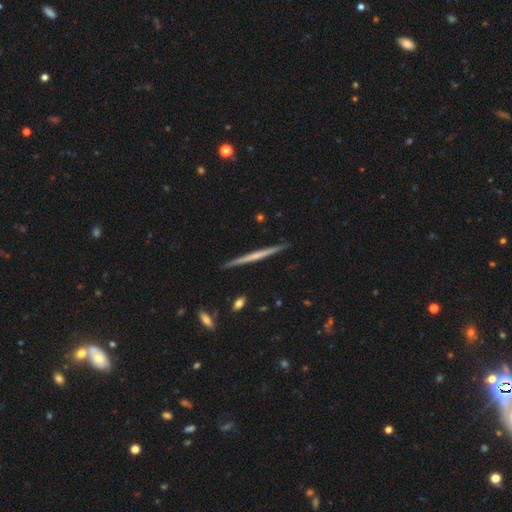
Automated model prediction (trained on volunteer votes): Morphology: type=featured or disk (62%); edge-on=yes (98%); edge-on bulge=none (75%); merging=none (91%).